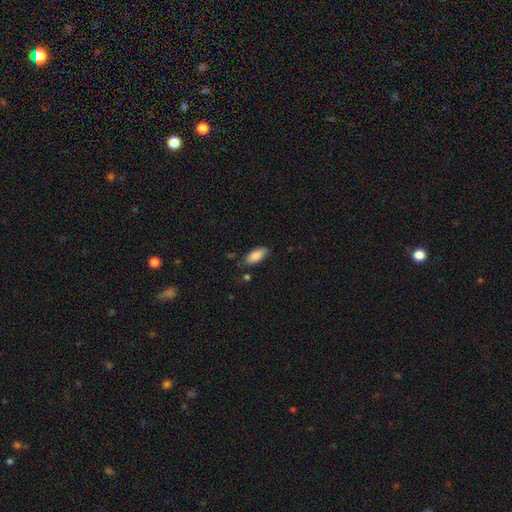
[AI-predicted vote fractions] This is clearly a smooth galaxy (87%). How rounded: clearly in between (84%). Merging: clearly none (81%).